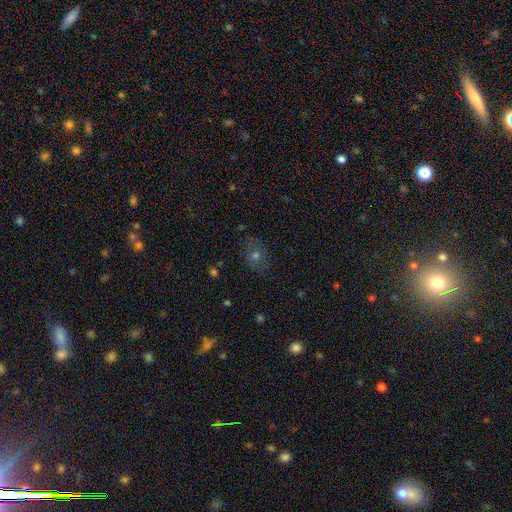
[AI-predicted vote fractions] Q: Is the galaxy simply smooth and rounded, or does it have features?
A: smooth — 54%.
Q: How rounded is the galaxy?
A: in between — 52%.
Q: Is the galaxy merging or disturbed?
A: none — 80%.